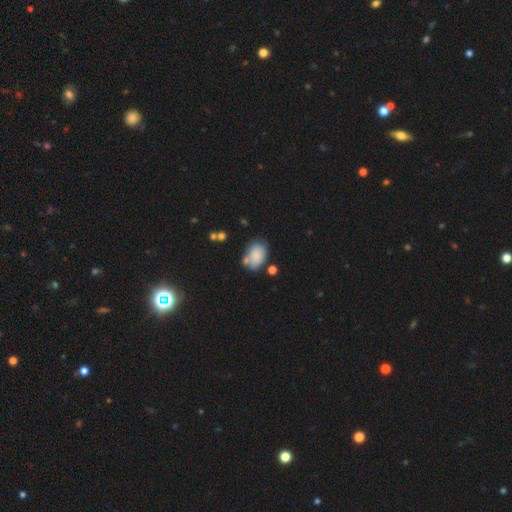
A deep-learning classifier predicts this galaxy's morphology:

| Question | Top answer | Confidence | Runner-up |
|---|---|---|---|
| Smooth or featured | smooth | 83% | featured or disk (9%) |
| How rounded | in between | 82% | round (17%) |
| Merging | none | 60% | minor disturbance (21%) |